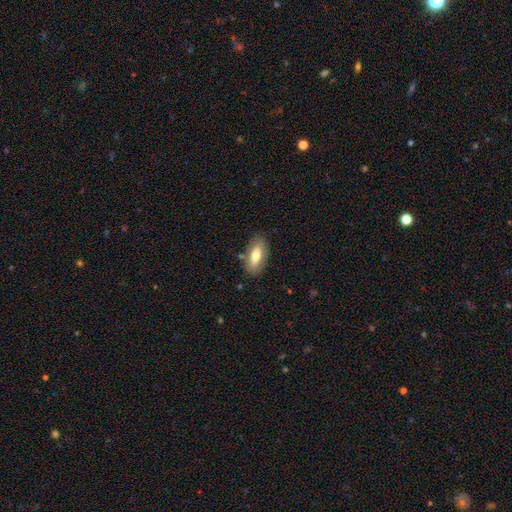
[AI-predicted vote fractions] This appears to be a smooth galaxy with no disk features (71%) that is in between round and cigar-shaped (88%). Merging: none (80%).